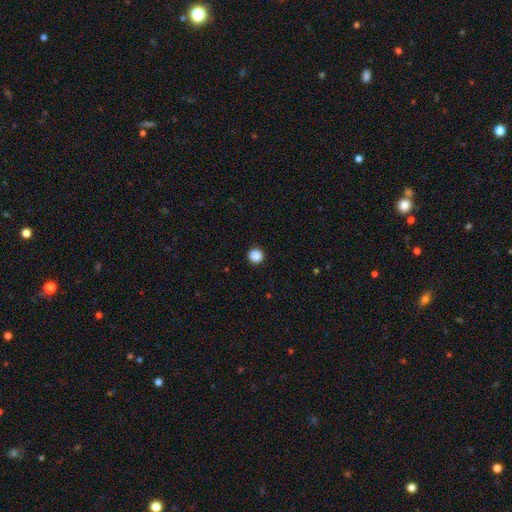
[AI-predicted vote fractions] Smooth or featured?
  - smooth: 88% *
  - star or artifact: 10%
  - featured or disk: 2%
How rounded?
  - round: 95% *
  - in between: 4%
  - cigar-shaped: 1%
Merging?
  - none: 93% *
  - minor disturbance: 4%
  - major disturbance: 2%
  - merger: 1%